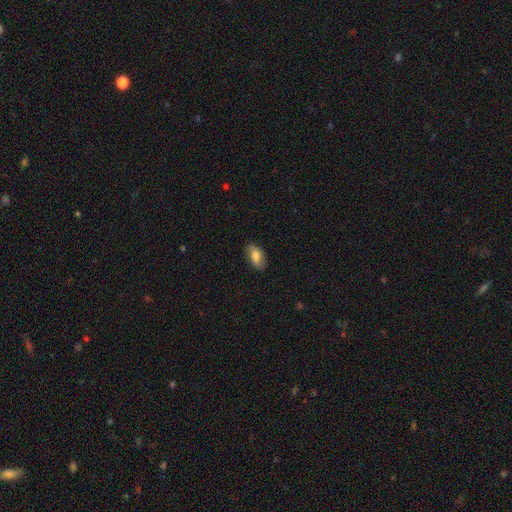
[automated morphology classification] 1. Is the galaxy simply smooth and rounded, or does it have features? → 71% smooth, 22% featured or disk, 7% star or artifact.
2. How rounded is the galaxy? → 92% in between, 5% round, 4% cigar-shaped.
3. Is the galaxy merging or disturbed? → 82% none, 14% minor disturbance, 3% major disturbance, 1% merger.